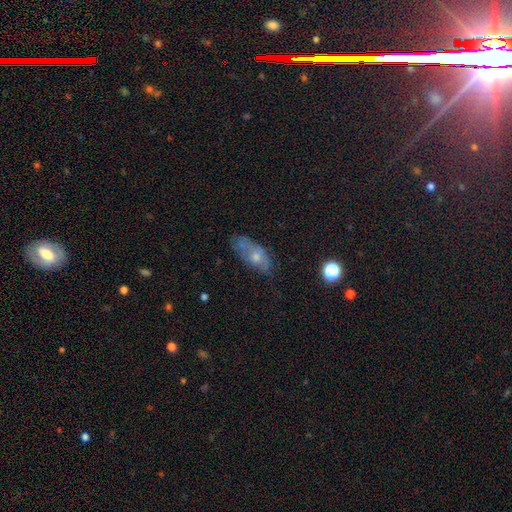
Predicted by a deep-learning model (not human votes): Morphology: type=smooth (51%); roundness=in between (81%); merging=none (51%).